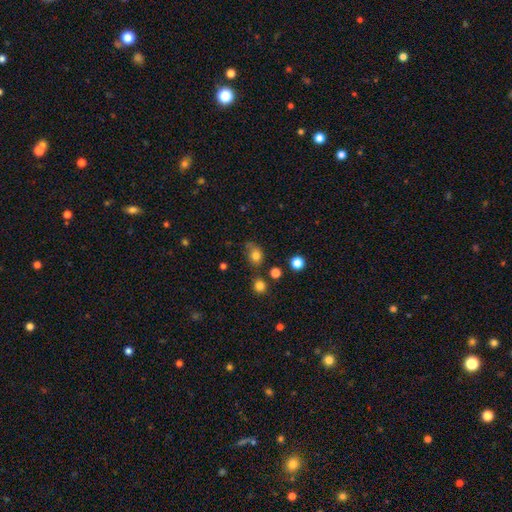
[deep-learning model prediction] A smooth galaxy with no disk features (78%) that is round (54%). Merging: none (58%).